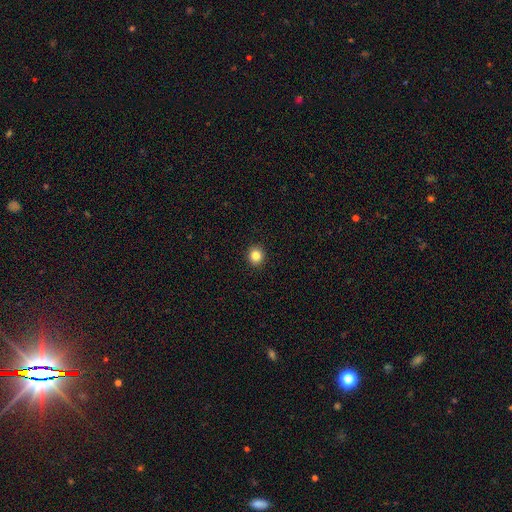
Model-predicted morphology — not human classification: Smooth or featured?
  - smooth: 84% *
  - star or artifact: 11%
  - featured or disk: 5%
How rounded?
  - round: 88% *
  - in between: 11%
  - cigar-shaped: 1%
Merging?
  - none: 93% *
  - minor disturbance: 4%
  - major disturbance: 1%
  - merger: 1%